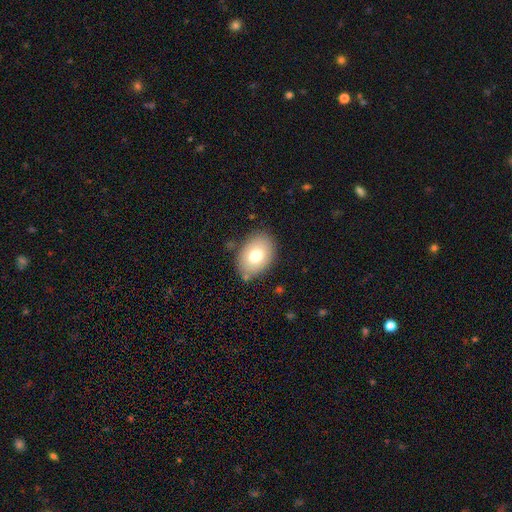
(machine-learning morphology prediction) This appears to be a smooth galaxy with no disk features (75%) that is in between round and cigar-shaped (83%). Merging: none (80%).